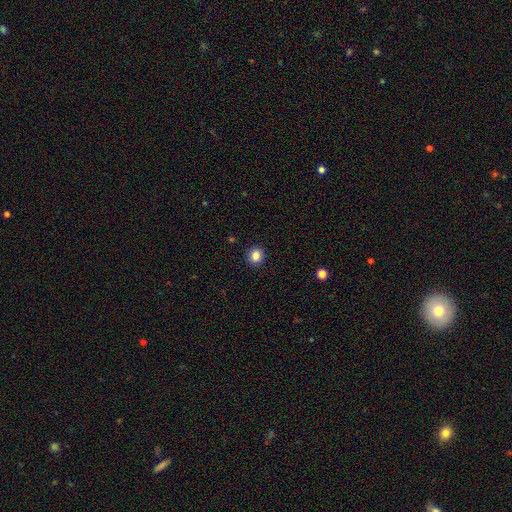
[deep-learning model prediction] Q: Smooth or featured?
A: smooth (85%); runner-up: star or artifact (10%)
Q: How rounded?
A: round (85%); runner-up: in between (14%)
Q: Merging?
A: none (92%); runner-up: minor disturbance (6%)